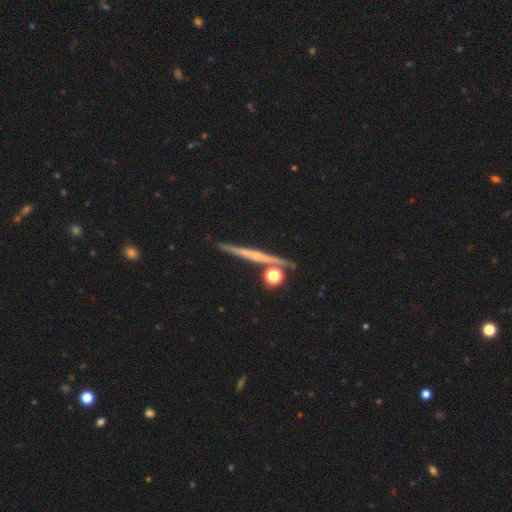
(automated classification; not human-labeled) featured or disk 60%, smooth 30%, star or artifact 10%. Down the decision tree: edge-on disk — yes (97%); edge-on bulge — none (62%); merging — none (84%).